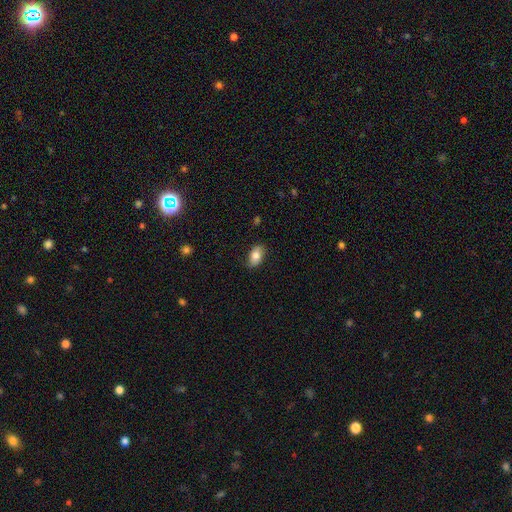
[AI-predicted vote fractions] Smooth or featured: smooth — 81% (featured or disk — 11%)
How rounded: in between — 91% (round — 6%)
Merging: none — 84% (minor disturbance — 12%)